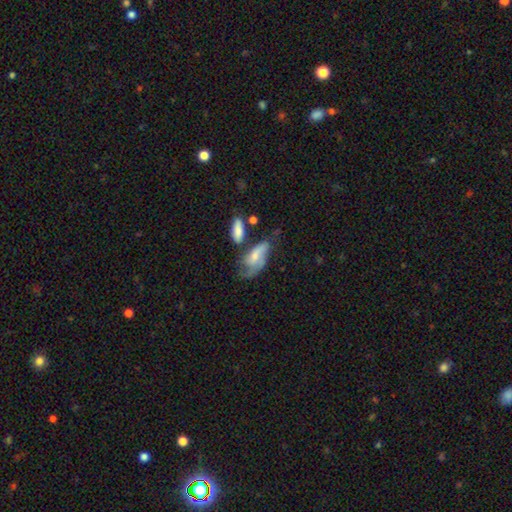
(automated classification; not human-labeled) This appears to be a smooth galaxy with no disk features (49%). Merging: major disturbance (29%).